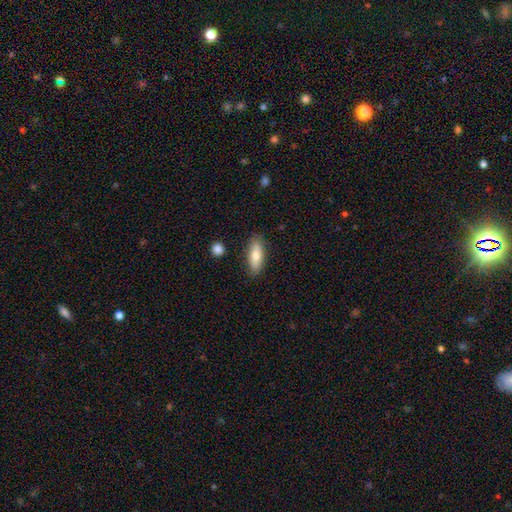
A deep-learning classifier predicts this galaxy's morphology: The model was most divided on "how rounded": in between: 64%, cigar-shaped: 34%, round: 2%. More confident: merging — none (85%); smooth or featured — smooth (75%).